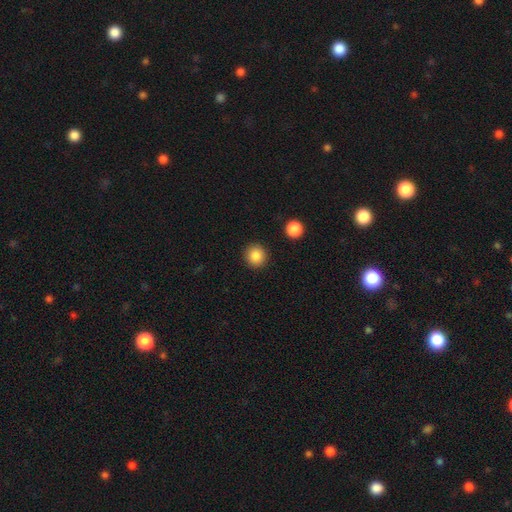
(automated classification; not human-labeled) Overall: smooth (87%). How rounded: round (94%). Merging: none (91%).